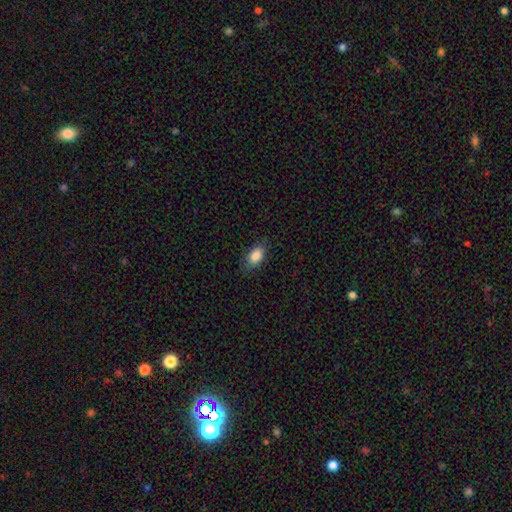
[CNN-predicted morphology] A smooth galaxy with no disk features (86%) that is in between round and cigar-shaped (88%). Merging: none (81%).